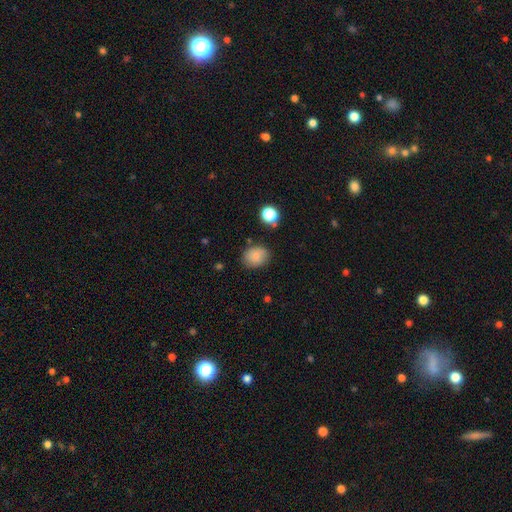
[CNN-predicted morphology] smooth_or_featured: smooth (p=0.83) [alt: star or artifact p=0.10]
how_rounded: in between (p=0.54) [alt: round p=0.45]
merging: none (p=0.79) [alt: minor disturbance p=0.15]